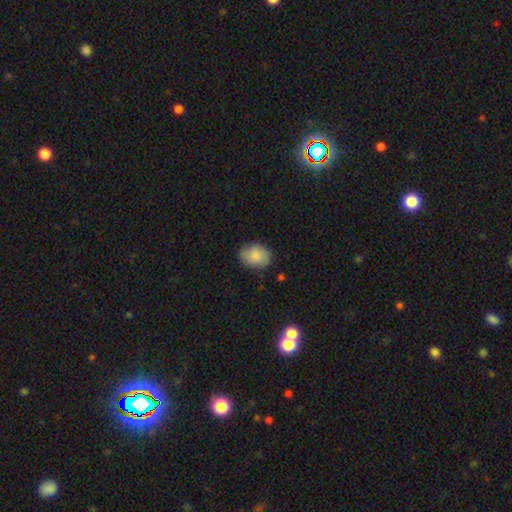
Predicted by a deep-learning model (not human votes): This is clearly a smooth galaxy (83%). How rounded: possibly in between (60%). Merging: likely none (79%).